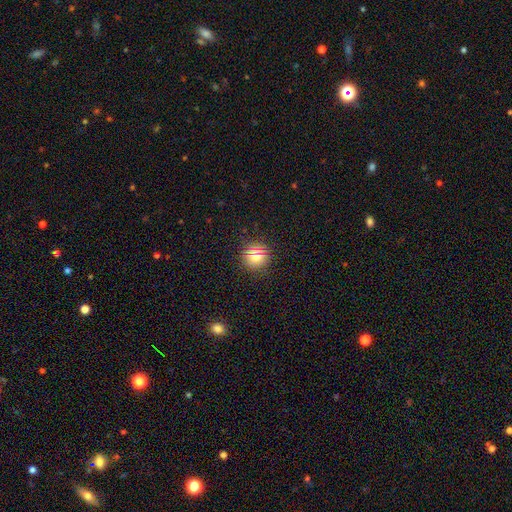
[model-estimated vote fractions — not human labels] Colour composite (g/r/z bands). It shows a smooth galaxy with no disk features (71%) that is round (94%). Merging: none (89%).